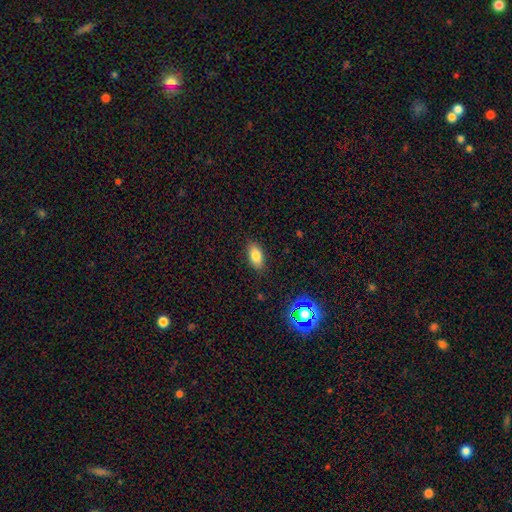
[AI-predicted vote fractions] smooth-or-featured: smooth: 82% | star or artifact: 10% | featured or disk: 8%
  how-rounded: in between: 88% | cigar-shaped: 7% | round: 5%
  merging: none: 87% | minor disturbance: 10% | major disturbance: 3% | merger: 1%